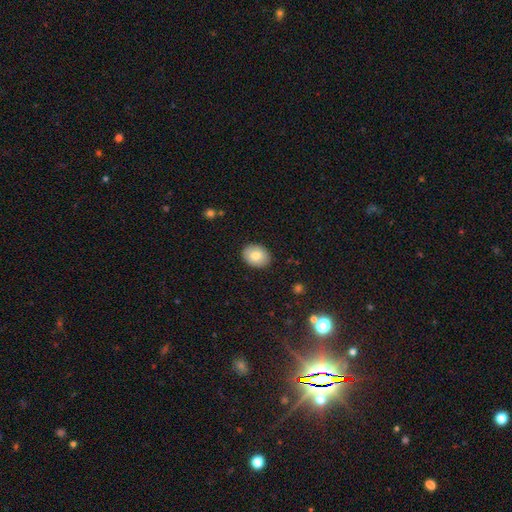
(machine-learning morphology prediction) Overall: smooth (80%). How rounded: in between (65%; round 34%). Merging: none (88%).